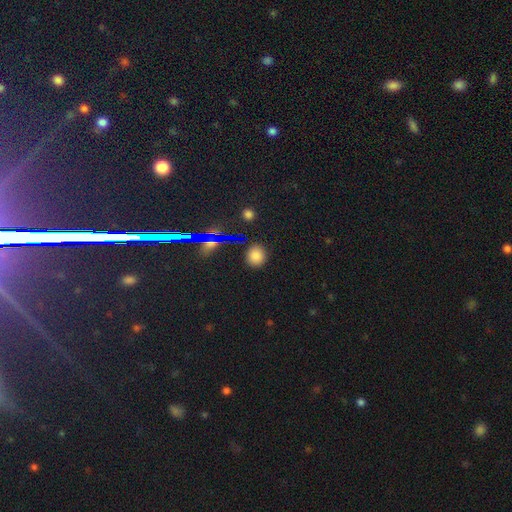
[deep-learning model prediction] smooth-or-featured: smooth: 76% | star or artifact: 18% | featured or disk: 5%
  how-rounded: round: 73% | in between: 25% | cigar-shaped: 1%
  merging: none: 87% | minor disturbance: 8% | major disturbance: 3% | merger: 2%